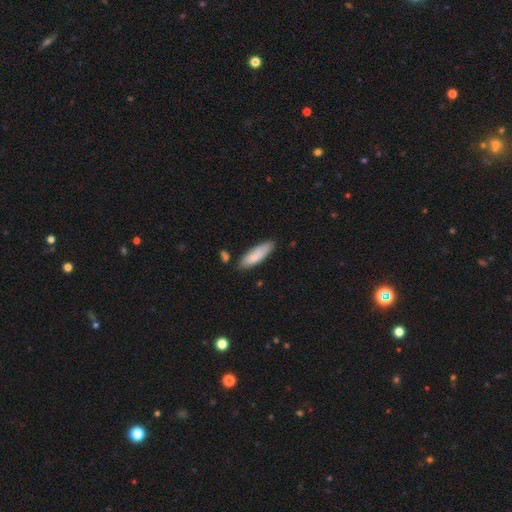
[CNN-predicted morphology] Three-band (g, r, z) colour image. It shows a smooth galaxy with no disk features (80%) that is cigar-shaped (49%, tied with in between). Merging: none (76%).